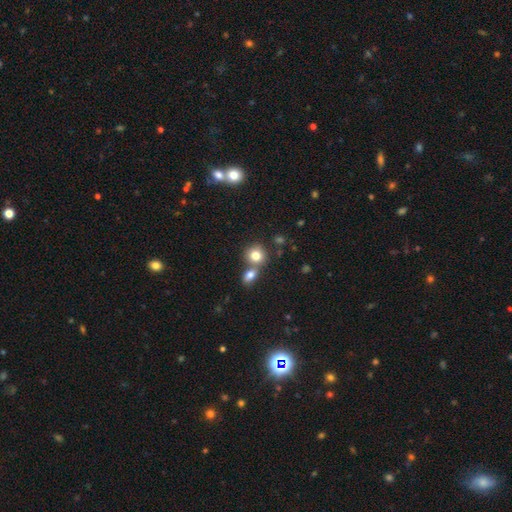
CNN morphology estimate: Smooth or featured: smooth — 79% (star or artifact — 11%)
How rounded: round — 78% (in between — 21%)
Merging: none — 48% (merger — 42%)